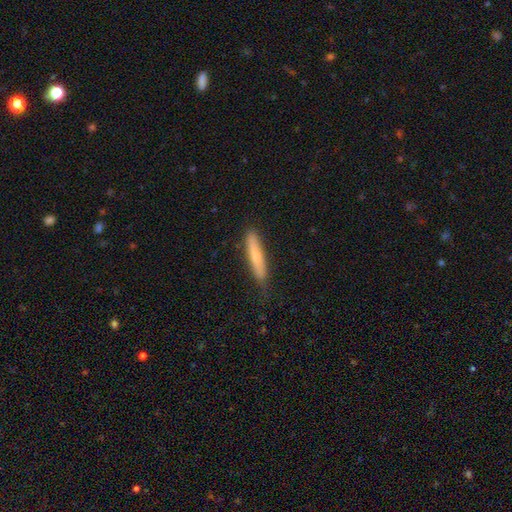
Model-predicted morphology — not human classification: A smooth galaxy with no disk features (72%) that is cigar-shaped (89%).

Vote fractions:
- Smooth or featured? smooth: 72% / featured or disk: 22% / star or artifact: 6%
- How rounded? cigar-shaped: 89% / in between: 9% / round: 1%
- Merging? none: 80% / minor disturbance: 16% / major disturbance: 2% / merger: 1%